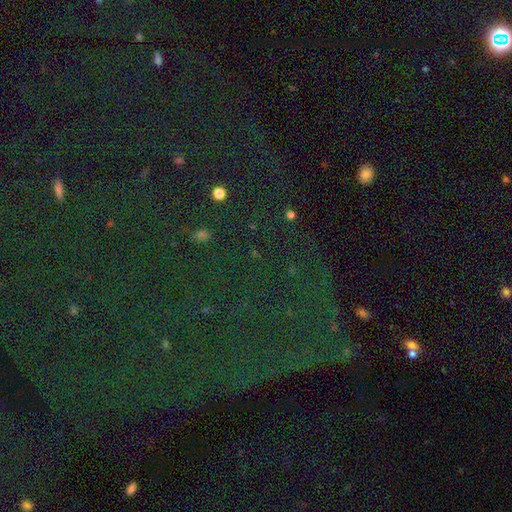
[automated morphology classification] This appears to be a star or artifact, not a galaxy (83%).